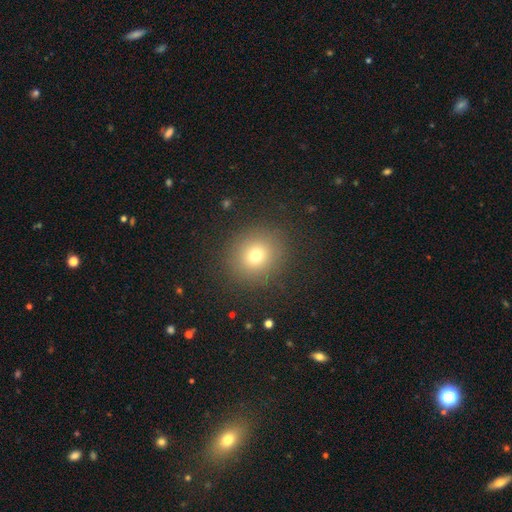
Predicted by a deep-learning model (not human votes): Smooth or featured?
  - smooth: 72% *
  - star or artifact: 17%
  - featured or disk: 11%
How rounded?
  - round: 86% *
  - in between: 13%
  - cigar-shaped: 1%
Merging?
  - none: 88% *
  - minor disturbance: 7%
  - major disturbance: 4%
  - merger: 1%